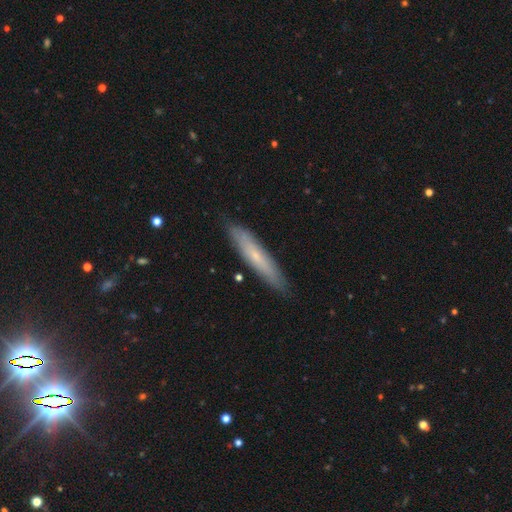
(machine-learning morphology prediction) type=smooth (53%); roundness=cigar-shaped (88%); merging=none (86%).